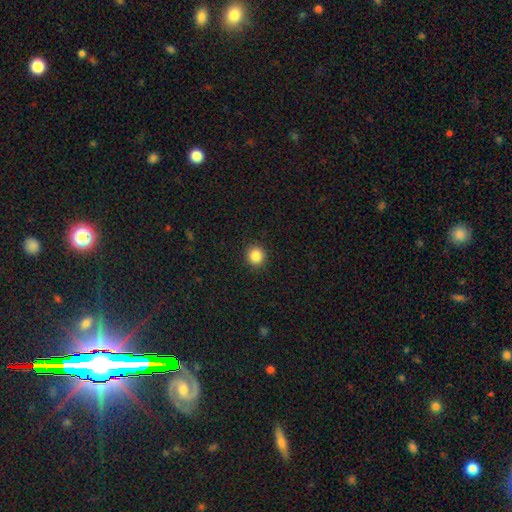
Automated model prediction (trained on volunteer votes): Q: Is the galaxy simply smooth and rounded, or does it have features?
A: smooth — 86%.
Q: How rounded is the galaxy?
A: round — 93%.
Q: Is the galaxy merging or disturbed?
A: none — 92%.